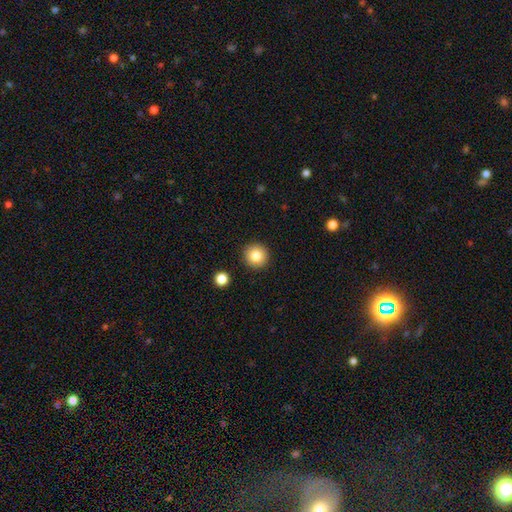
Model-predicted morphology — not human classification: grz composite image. It shows a smooth galaxy with no disk features (82%) that is round (95%). Merging: none (91%).